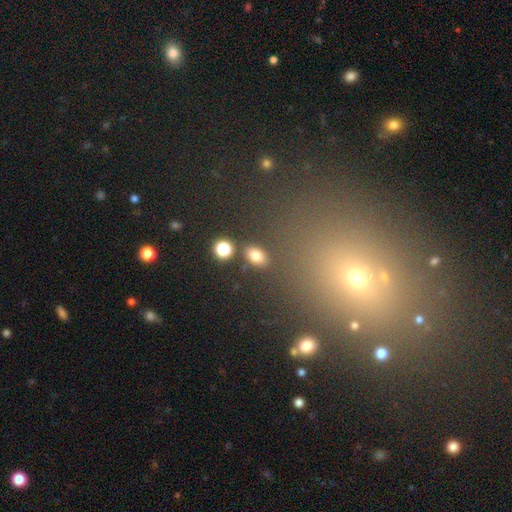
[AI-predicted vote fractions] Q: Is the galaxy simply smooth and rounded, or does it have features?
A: smooth — 79%.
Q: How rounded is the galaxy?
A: in between — 80%.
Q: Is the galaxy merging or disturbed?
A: none — 81%.